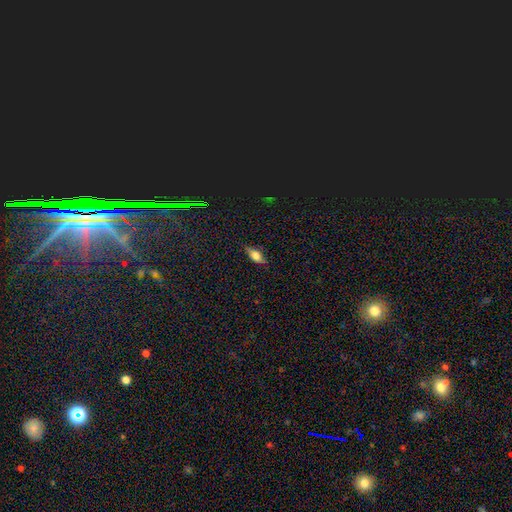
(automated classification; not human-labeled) A smooth galaxy with no disk features (60%) that is in between round and cigar-shaped (75%). Merging: none (80%).